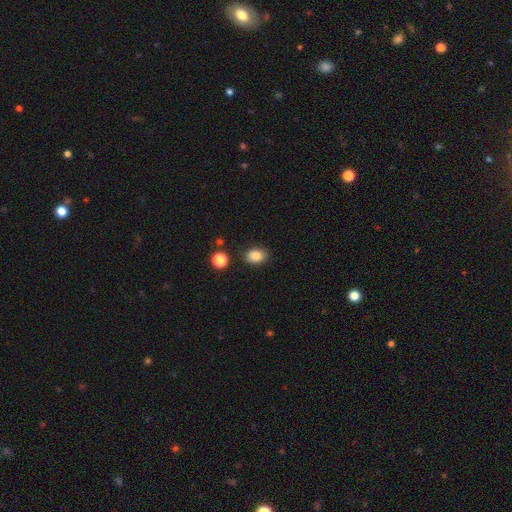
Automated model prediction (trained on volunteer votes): smooth 86%, star or artifact 10%, featured or disk 5%. Down the decision tree: how rounded — in between (70%); merging — none (84%).